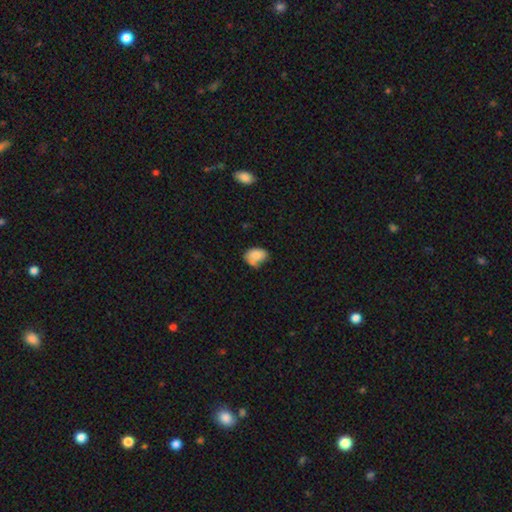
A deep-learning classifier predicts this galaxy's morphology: This appears to be a smooth galaxy with no disk features (79%) that is in between round and cigar-shaped (81%). Merging: none (44%).